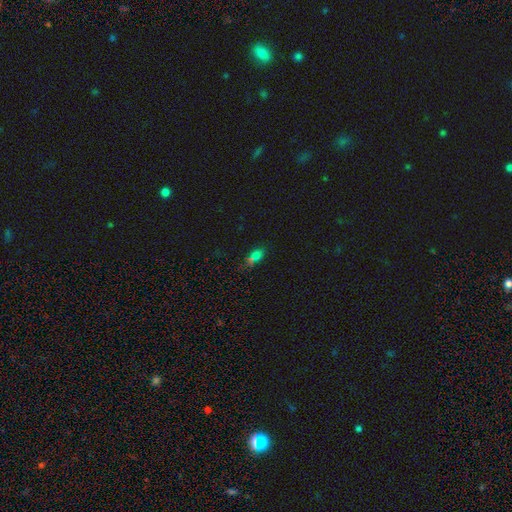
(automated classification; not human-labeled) Smooth or featured? smooth (56%)
How rounded? in between (68%)
Merging? none (56%)